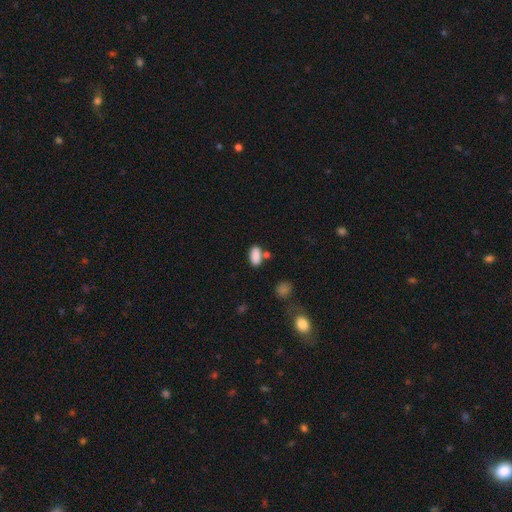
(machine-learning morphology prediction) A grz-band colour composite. It shows a smooth galaxy with no disk features (87%) that is in between round and cigar-shaped (91%). Merging: none (70%).